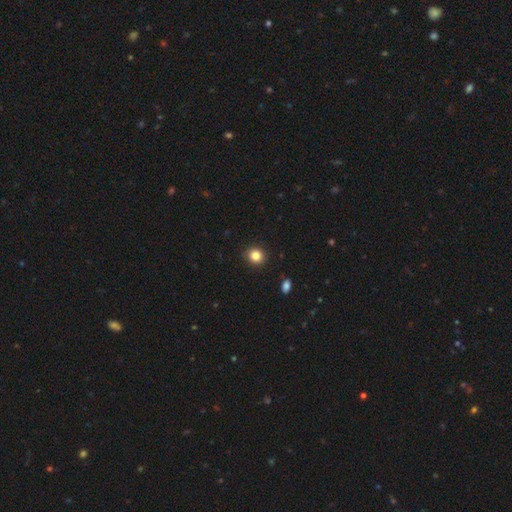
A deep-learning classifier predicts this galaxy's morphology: Overall: smooth (84%). How rounded: round (85%). Merging: none (91%).